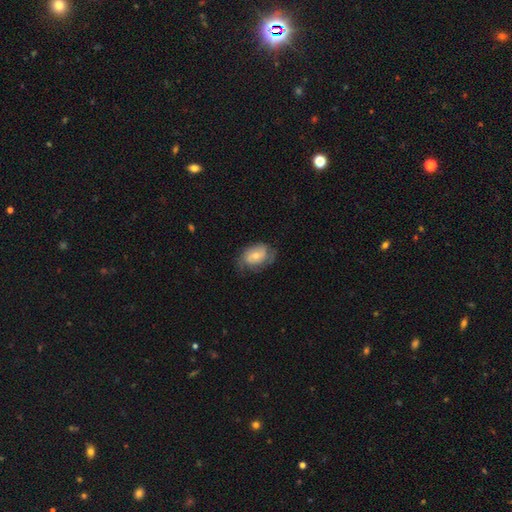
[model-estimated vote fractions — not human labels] Smooth or featured? Predicted: featured or disk (p=0.55). Edge-on disk? Predicted: no (p=0.96). Bar? Predicted: no (p=0.61). Spiral arms? Predicted: yes (p=0.80). Bulge size? Predicted: moderate (p=0.51). Merging? Predicted: none (p=0.58).